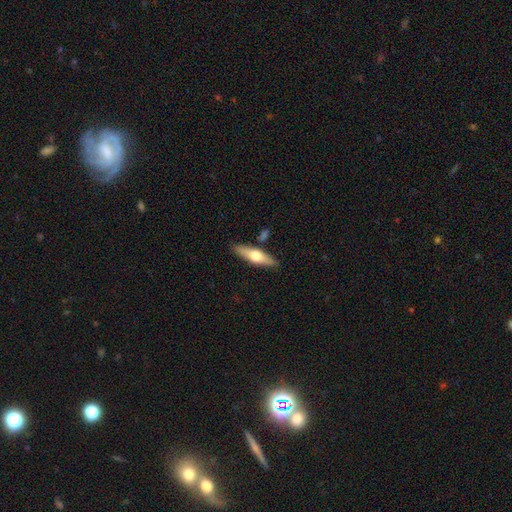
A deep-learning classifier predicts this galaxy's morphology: This is possibly a smooth galaxy (48%). Merging: clearly none (84%).